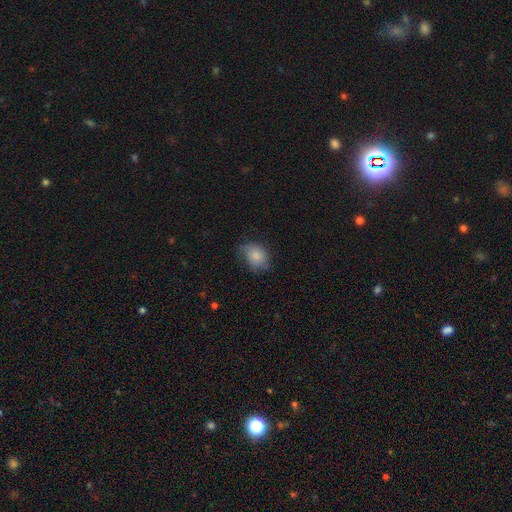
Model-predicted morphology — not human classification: This is likely a smooth galaxy (80%). How rounded: likely in between (65%). Merging: possibly none (58%).